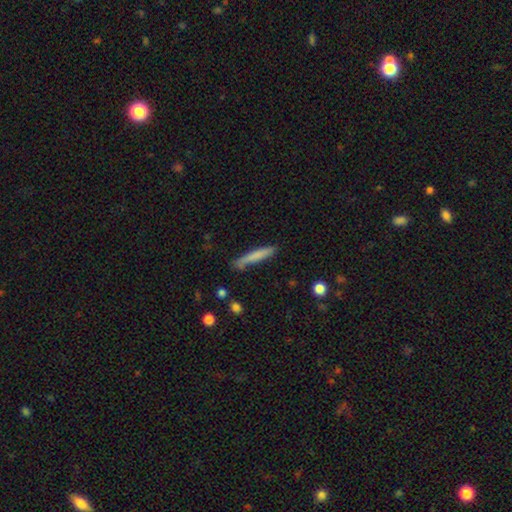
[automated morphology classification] smooth-or-featured: smooth: 73% | featured or disk: 21% | star or artifact: 6%
  how-rounded: cigar-shaped: 94% | in between: 5% | round: 1%
  merging: none: 75% | minor disturbance: 18% | major disturbance: 4% | merger: 3%